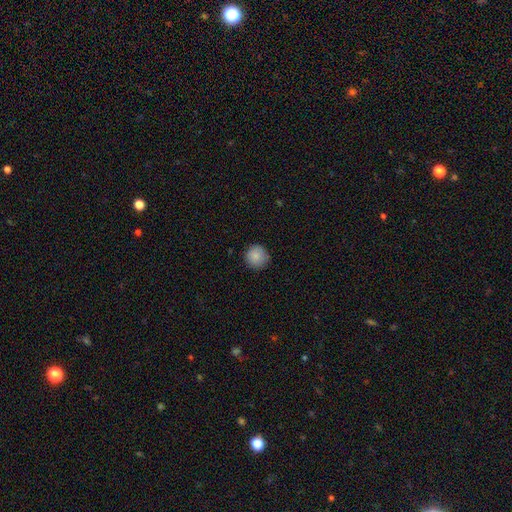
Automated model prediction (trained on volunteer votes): Smooth or featured? Predicted: smooth (p=0.88). How rounded? Predicted: round (p=0.94). Merging? Predicted: none (p=0.88).